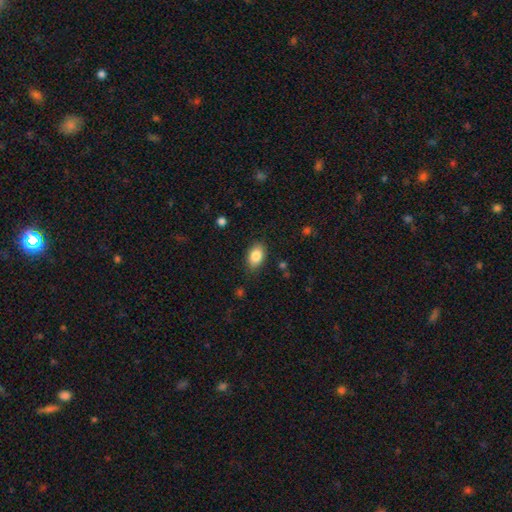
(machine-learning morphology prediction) A smooth galaxy with no disk features (84%) that is in between round and cigar-shaped (88%).

Vote fractions:
- Smooth or featured? smooth: 84% / featured or disk: 8% / star or artifact: 8%
- How rounded? in between: 88% / round: 10% / cigar-shaped: 2%
- Merging? none: 84% / minor disturbance: 12% / major disturbance: 3% / merger: 1%